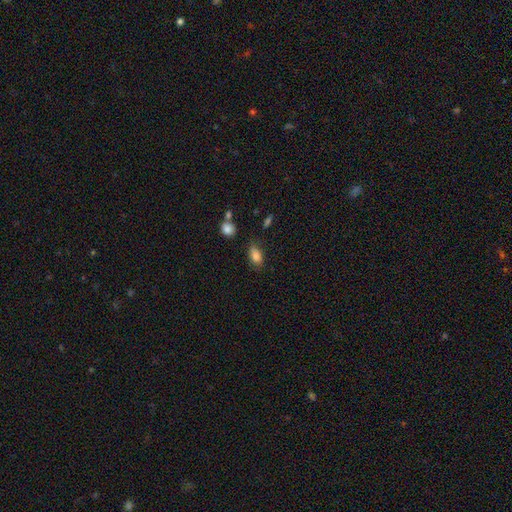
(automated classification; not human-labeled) The model was most divided on "merging": none: 68%, minor disturbance: 23%, major disturbance: 5%, merger: 3%. More confident: how rounded — in between (86%); smooth or featured — smooth (85%).